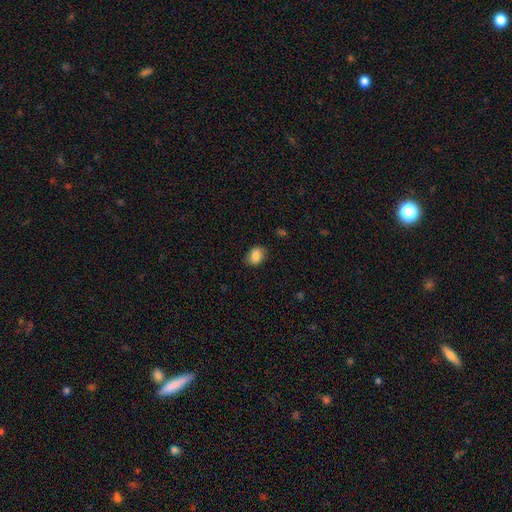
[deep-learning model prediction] The model was most divided on "how rounded": in between: 70%, round: 29%, cigar-shaped: 1%. More confident: smooth or featured — smooth (84%); merging — none (82%).